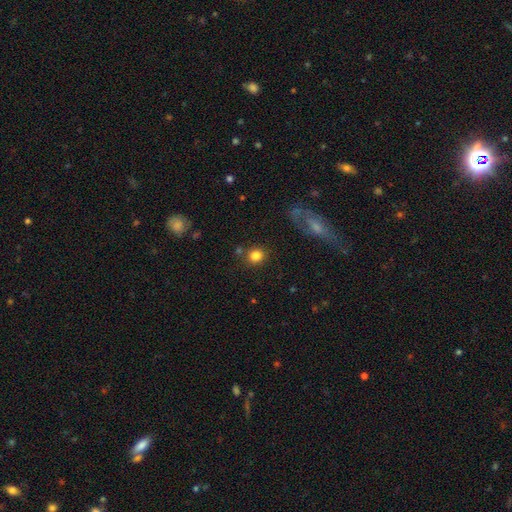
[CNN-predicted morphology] Smooth or featured?
  - smooth: 83% *
  - star or artifact: 11%
  - featured or disk: 7%
How rounded?
  - round: 84% *
  - in between: 15%
  - cigar-shaped: 1%
Merging?
  - none: 81% *
  - minor disturbance: 9%
  - merger: 6%
  - major disturbance: 4%